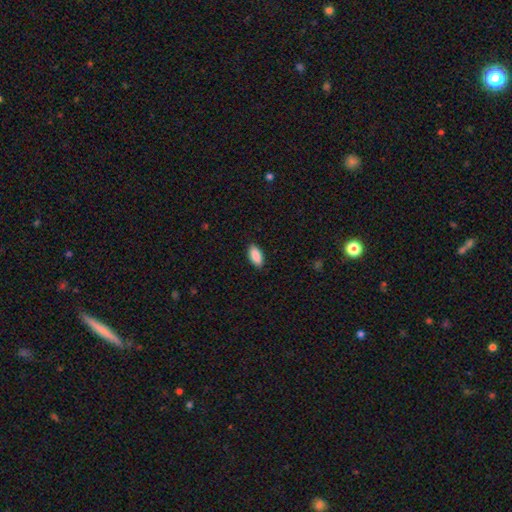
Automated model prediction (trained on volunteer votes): This is clearly a smooth galaxy (90%). How rounded: clearly in between (91%). Merging: clearly none (88%).